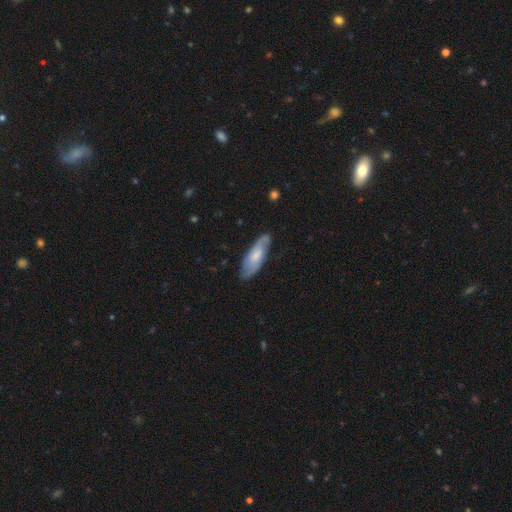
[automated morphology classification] A featured or disk galaxy (61%) with no bar (57%), spiral arms (90%) and a moderate central bulge (39%, tied with small). Merging: none (80%).